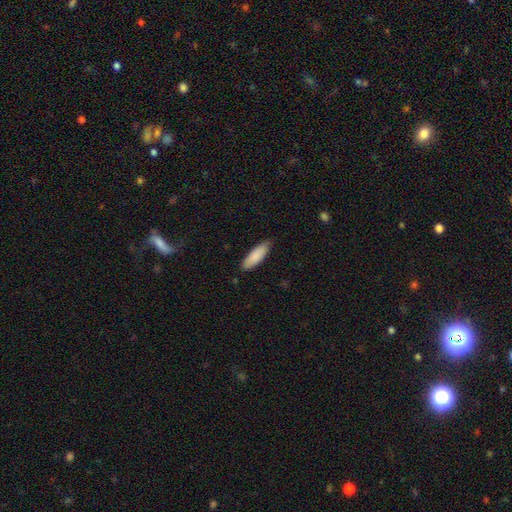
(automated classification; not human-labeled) A smooth galaxy with no disk features (87%) that is in between round and cigar-shaped (54%).

Vote fractions:
- Smooth or featured? smooth: 87% / featured or disk: 7% / star or artifact: 5%
- How rounded? in between: 54% / cigar-shaped: 44% / round: 1%
- Merging? none: 82% / minor disturbance: 15% / major disturbance: 2% / merger: 1%